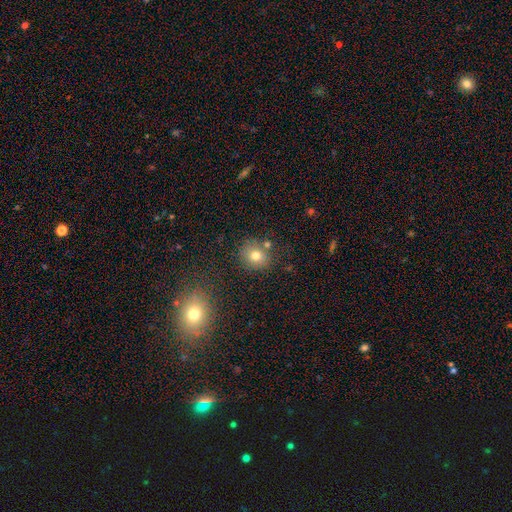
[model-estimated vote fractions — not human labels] A smooth galaxy with no disk features (76%) that is round (81%).

Vote fractions:
- Smooth or featured? smooth: 76% / star or artifact: 13% / featured or disk: 11%
- How rounded? round: 81% / in between: 18% / cigar-shaped: 1%
- Merging? none: 75% / minor disturbance: 11% / merger: 10% / major disturbance: 4%